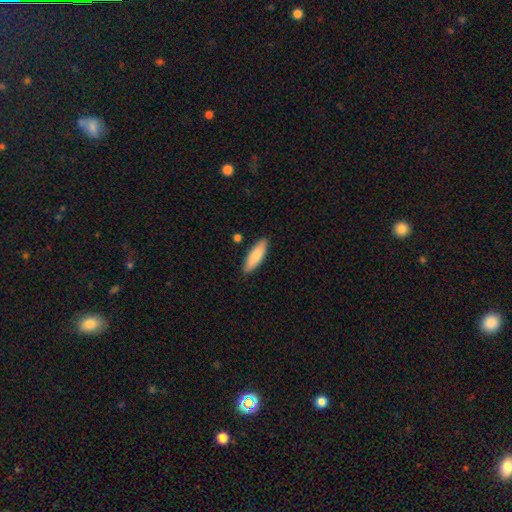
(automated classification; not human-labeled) Overall: smooth (81%). How rounded: in between (53%; cigar-shaped 45%). Merging: none (87%).